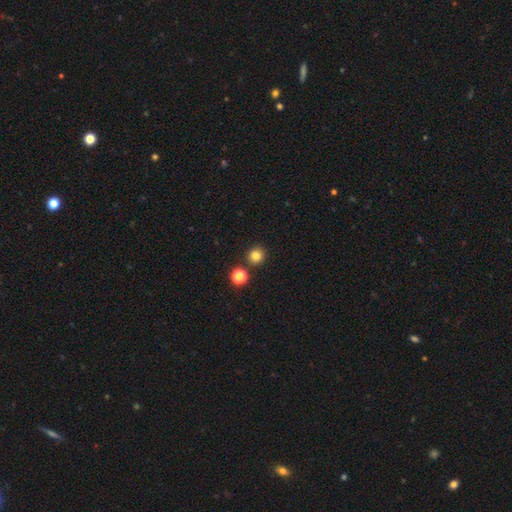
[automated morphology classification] Q: Smooth or featured?
A: smooth (82%); runner-up: star or artifact (13%)
Q: How rounded?
A: round (89%); runner-up: in between (10%)
Q: Merging?
A: none (84%); runner-up: merger (7%)